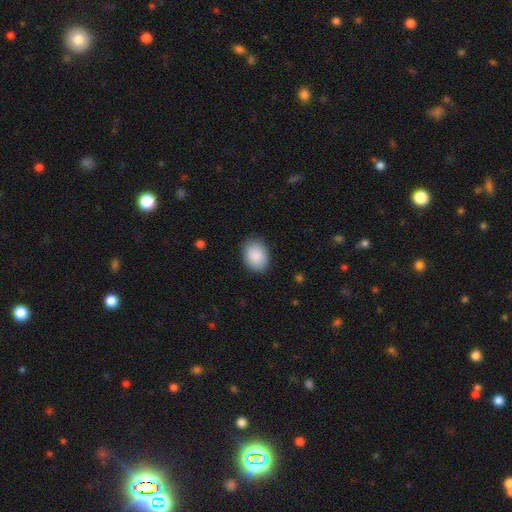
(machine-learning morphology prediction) Smooth or featured: smooth — 89% (star or artifact — 6%)
How rounded: in between — 70% (round — 29%)
Merging: none — 86% (minor disturbance — 11%)